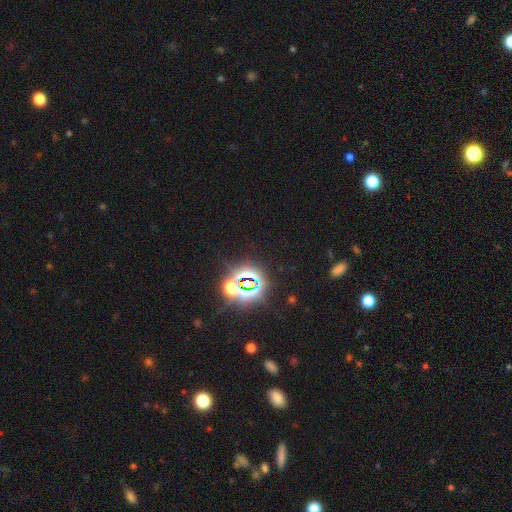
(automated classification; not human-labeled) Morphology: type=star or artifact (77%).